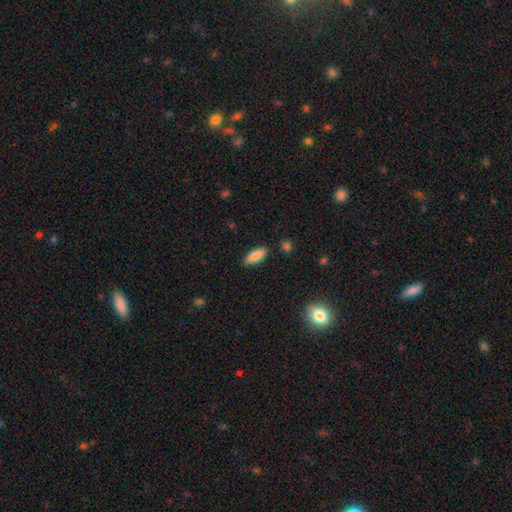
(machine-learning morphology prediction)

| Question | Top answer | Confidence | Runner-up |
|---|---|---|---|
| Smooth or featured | smooth | 86% | featured or disk (7%) |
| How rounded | in between | 72% | cigar-shaped (26%) |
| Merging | none | 87% | minor disturbance (9%) |